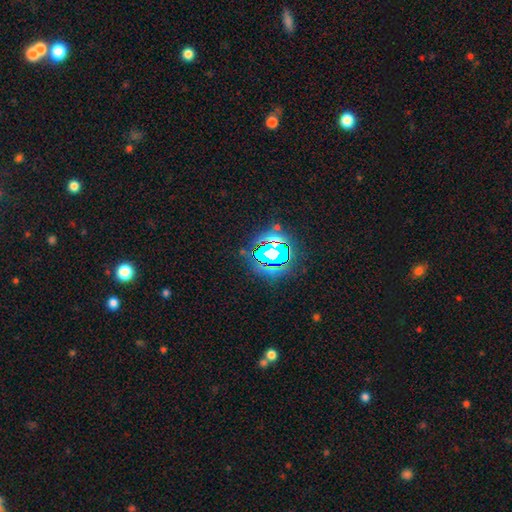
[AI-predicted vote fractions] This appears to be a star or artifact, not a galaxy (84%).